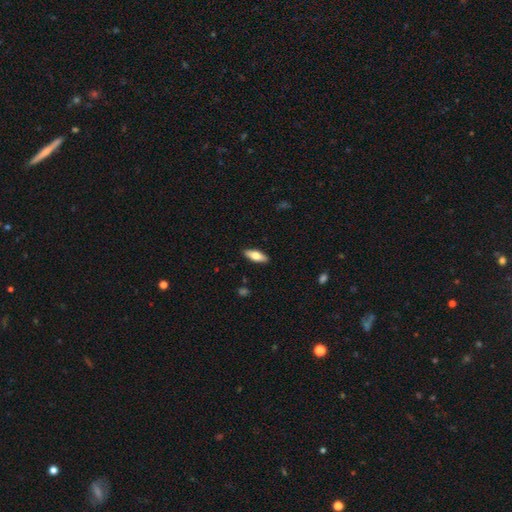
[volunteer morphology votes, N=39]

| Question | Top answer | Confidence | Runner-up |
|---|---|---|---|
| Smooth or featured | smooth | 69% | featured or disk (26%) |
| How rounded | in between | 78% | cigar-shaped (22%) |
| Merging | none | 92% | minor disturbance (8%) |